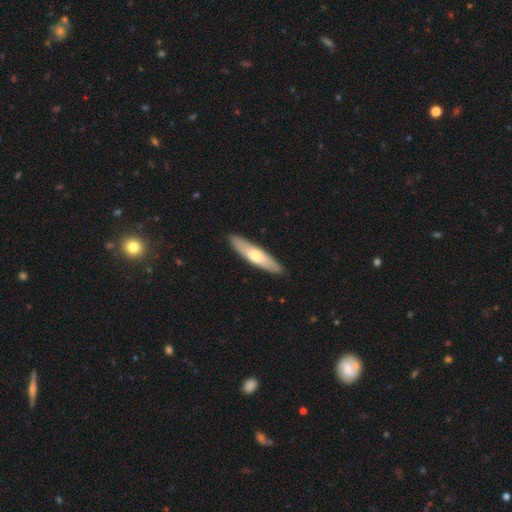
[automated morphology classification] Smooth or featured? Predicted: smooth (p=0.57). How rounded? Predicted: cigar-shaped (p=0.81). Merging? Predicted: none (p=0.90).